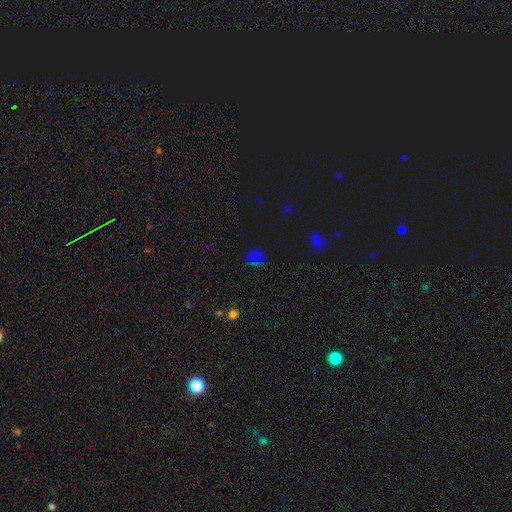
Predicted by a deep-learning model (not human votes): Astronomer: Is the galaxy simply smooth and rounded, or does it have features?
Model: smooth — 52% (runner-up: star or artifact, 40%).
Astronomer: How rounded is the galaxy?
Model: round — 83%.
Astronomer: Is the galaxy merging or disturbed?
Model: none — 75%.